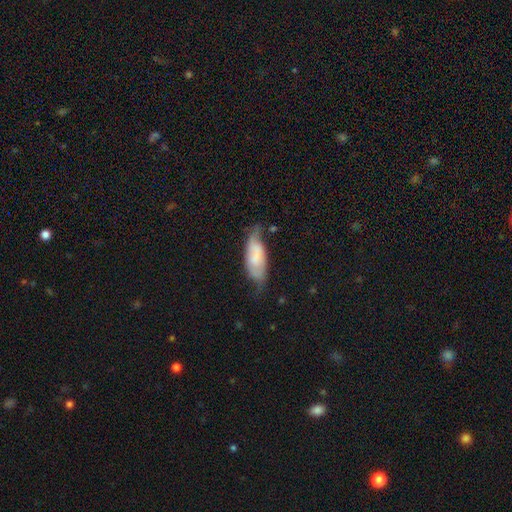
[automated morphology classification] smooth-or-featured: smooth: 52% | featured or disk: 41% | star or artifact: 7%
  how-rounded: in between: 80% | cigar-shaped: 18% | round: 2%
  merging: none: 42% | minor disturbance: 38% | major disturbance: 17% | merger: 3%